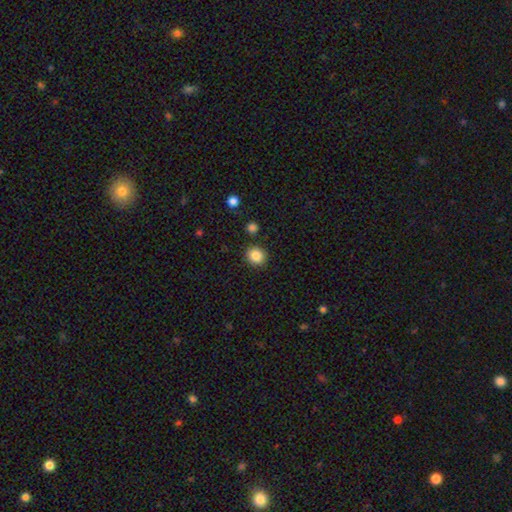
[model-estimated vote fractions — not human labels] A smooth galaxy with no disk features (86%) that is round (85%). Merging: none (89%).